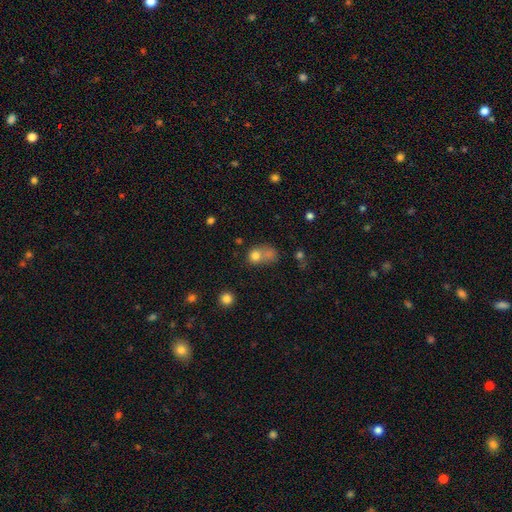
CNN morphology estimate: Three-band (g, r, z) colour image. It shows a smooth galaxy with no disk features (75%) that is round (64%). Merging: merger (47%).